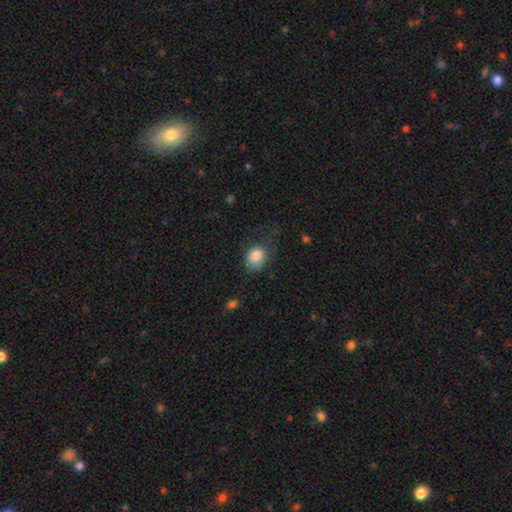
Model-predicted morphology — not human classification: A smooth galaxy with no disk features (85%) that is round (51%). Merging: none (52%).